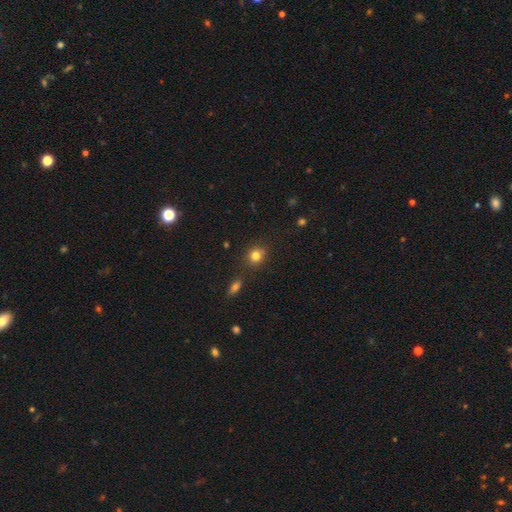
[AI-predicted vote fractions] Smooth or featured?
  - smooth: 81% *
  - star or artifact: 13%
  - featured or disk: 7%
How rounded?
  - round: 78% *
  - in between: 21%
  - cigar-shaped: 1%
Merging?
  - none: 78% *
  - minor disturbance: 12%
  - merger: 7%
  - major disturbance: 3%